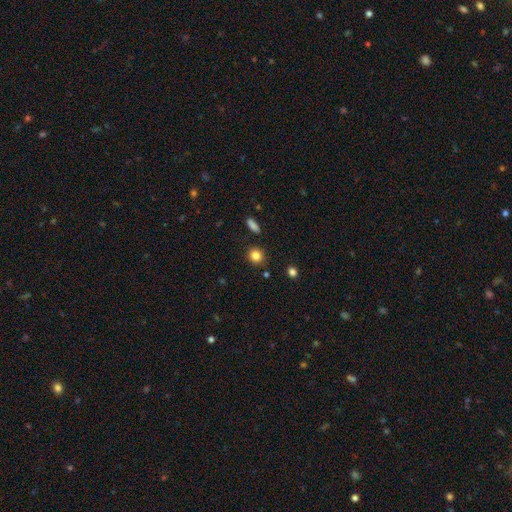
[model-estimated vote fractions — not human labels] Smooth or featured? smooth (84%)
How rounded? round (88%)
Merging? none (88%)